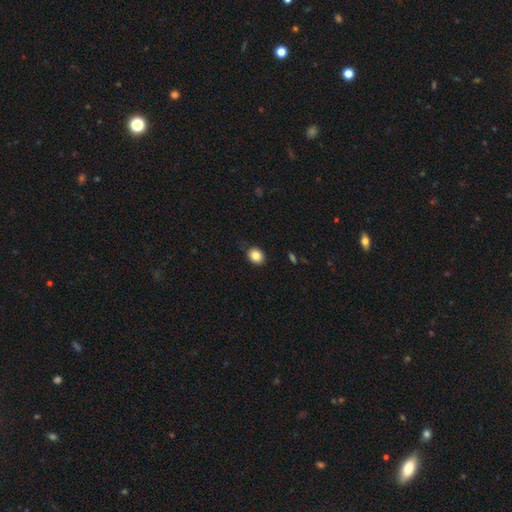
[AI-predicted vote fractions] Morphology: type=smooth (83%); roundness=round (58%); merging=none (79%).